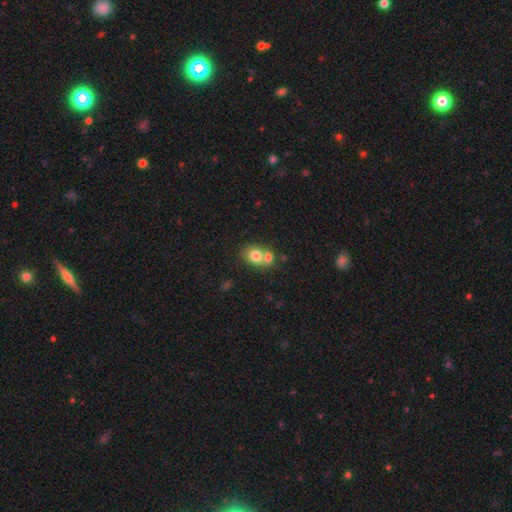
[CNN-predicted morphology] The model was most divided on "how rounded": round: 54%, in between: 45%, cigar-shaped: 1%. More confident: smooth or featured — smooth (76%); merging — merger (53%).